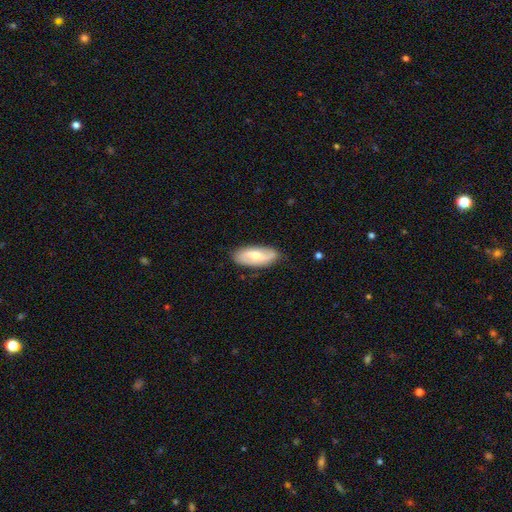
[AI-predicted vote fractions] Q: Smooth or featured?
A: featured or disk (63%); runner-up: smooth (32%)
Q: Edge-on disk?
A: no (90%); runner-up: yes (10%)
Q: Bar?
A: weak (46%); runner-up: no (29%)
Q: Spiral arms?
A: yes (85%); runner-up: no (15%)
Q: Bulge size?
A: moderate (56%); runner-up: small (36%)
Q: Merging?
A: none (83%); runner-up: minor disturbance (13%)